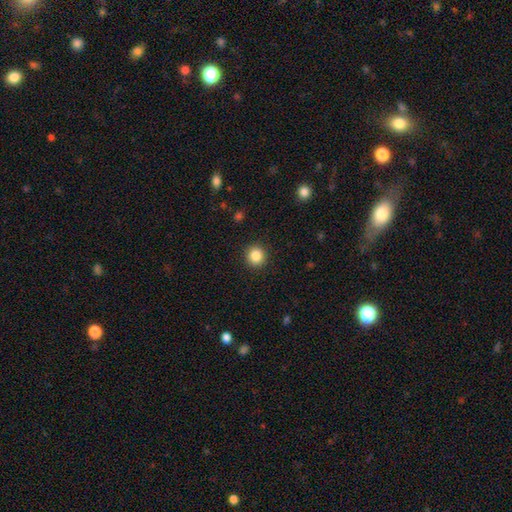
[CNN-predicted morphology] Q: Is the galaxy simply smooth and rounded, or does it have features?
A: smooth — 85%.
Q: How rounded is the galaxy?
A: round — 91%.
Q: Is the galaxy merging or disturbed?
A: none — 92%.